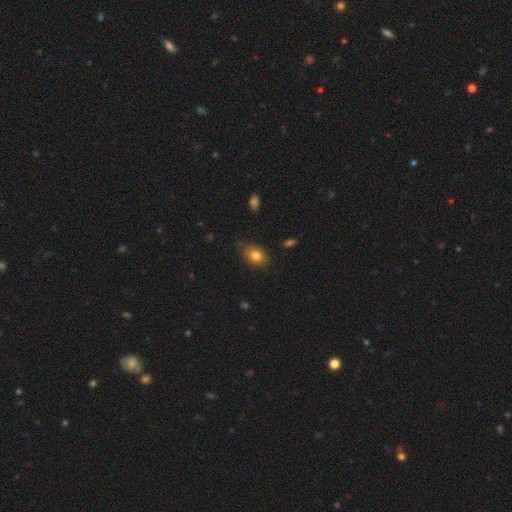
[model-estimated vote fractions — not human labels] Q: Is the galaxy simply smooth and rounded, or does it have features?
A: smooth — 80%.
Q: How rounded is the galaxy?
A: in between — 73%.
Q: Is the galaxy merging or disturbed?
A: none — 70%.